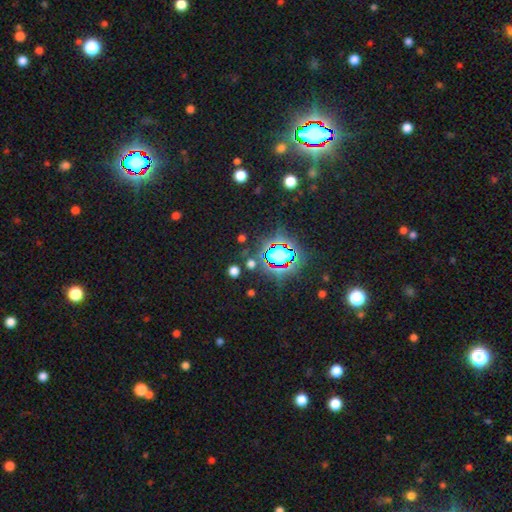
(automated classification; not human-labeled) smooth-or-featured: star or artifact: 80% | smooth: 12% | featured or disk: 8%